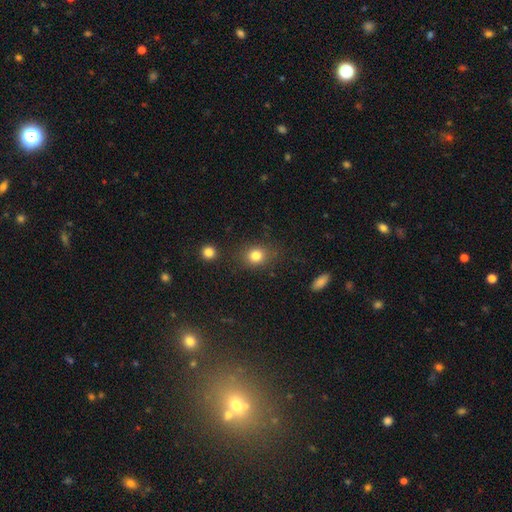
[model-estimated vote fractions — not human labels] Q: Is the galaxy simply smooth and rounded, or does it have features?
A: smooth — 81%.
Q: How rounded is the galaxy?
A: round — 68%.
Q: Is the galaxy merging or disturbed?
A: none — 79%.